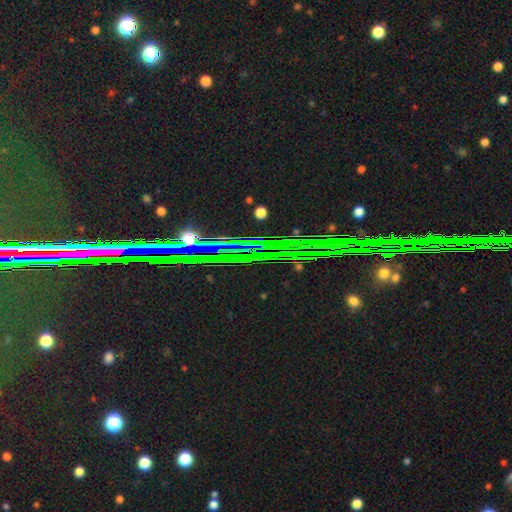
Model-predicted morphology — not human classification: Smooth or featured? Predicted: star or artifact (p=0.83).